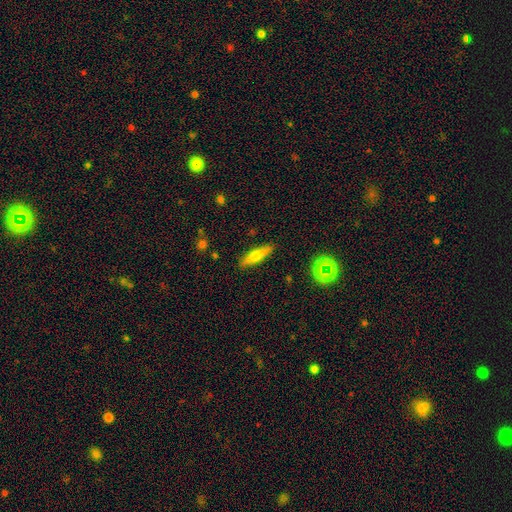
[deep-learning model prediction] Q: Smooth or featured?
A: smooth (55%); runner-up: featured or disk (37%)
Q: How rounded?
A: cigar-shaped (72%); runner-up: in between (25%)
Q: Merging?
A: none (89%); runner-up: minor disturbance (8%)